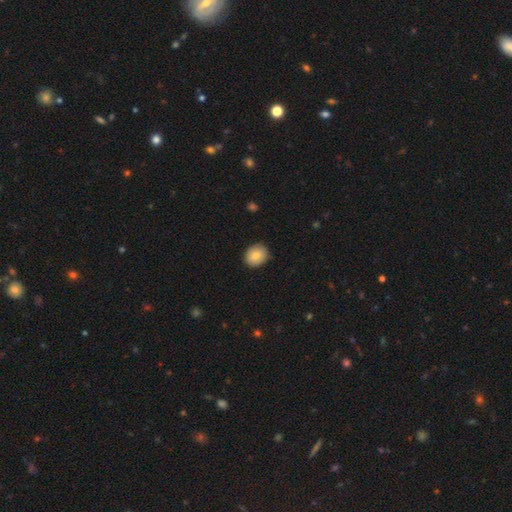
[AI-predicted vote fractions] smooth 81%, featured or disk 12%, star or artifact 7%. Down the decision tree: how rounded — round (65%); merging — none (86%).